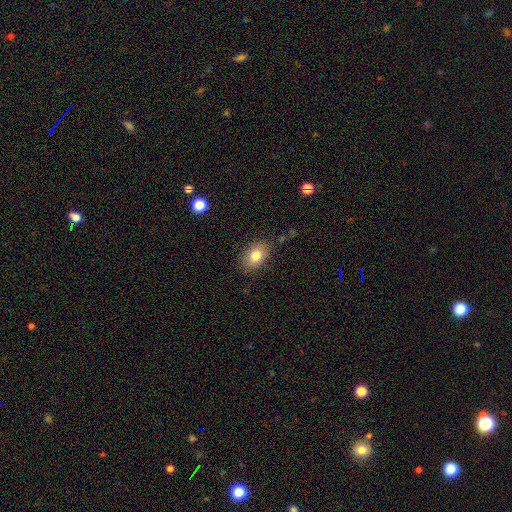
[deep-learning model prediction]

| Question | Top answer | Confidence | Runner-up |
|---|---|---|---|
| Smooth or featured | smooth | 80% | featured or disk (11%) |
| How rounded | in between | 81% | round (18%) |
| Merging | none | 82% | minor disturbance (13%) |